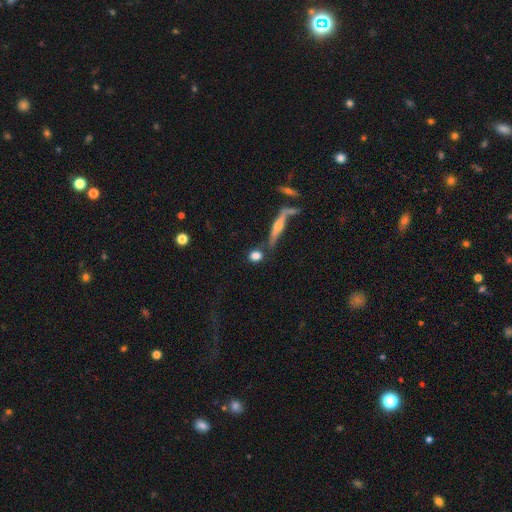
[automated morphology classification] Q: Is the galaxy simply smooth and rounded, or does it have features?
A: smooth — 75%.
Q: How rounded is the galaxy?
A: round — 64%.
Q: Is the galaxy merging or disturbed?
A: none — 71%.